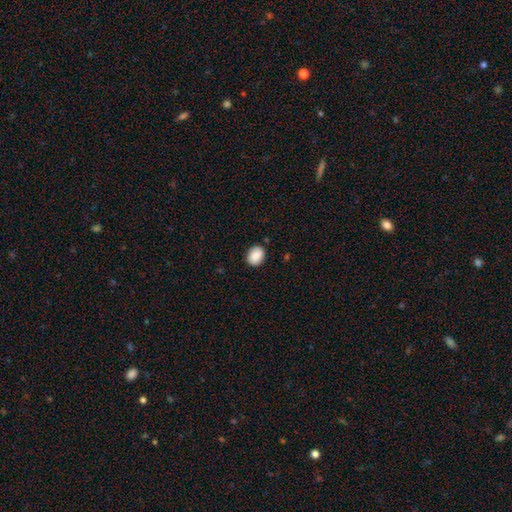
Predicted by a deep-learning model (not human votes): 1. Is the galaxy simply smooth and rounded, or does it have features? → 88% smooth, 7% star or artifact, 4% featured or disk.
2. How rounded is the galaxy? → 56% in between, 43% round, 1% cigar-shaped.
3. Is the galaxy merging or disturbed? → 86% none, 11% minor disturbance, 2% major disturbance, 1% merger.